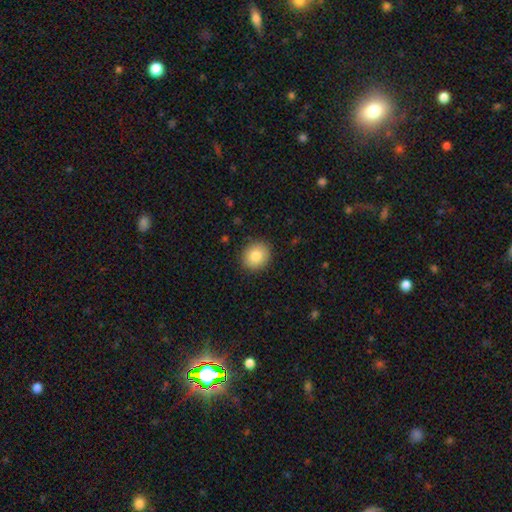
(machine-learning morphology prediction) smooth-or-featured: smooth: 83% | star or artifact: 8% | featured or disk: 8%
  how-rounded: round: 74% | in between: 25% | cigar-shaped: 1%
  merging: none: 89% | minor disturbance: 8% | major disturbance: 2% | merger: 1%